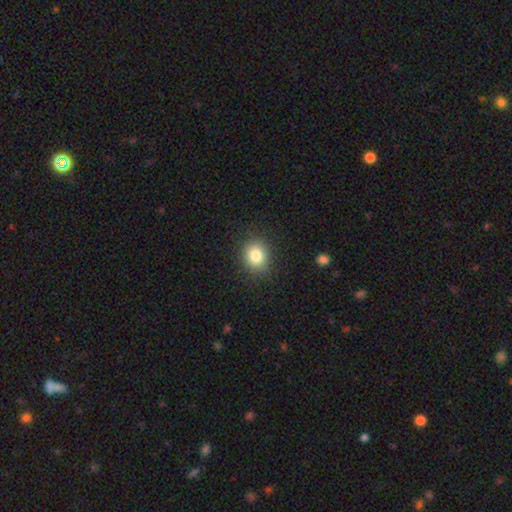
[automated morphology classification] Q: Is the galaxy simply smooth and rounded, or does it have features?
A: smooth — 82%.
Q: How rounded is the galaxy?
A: round — 73%.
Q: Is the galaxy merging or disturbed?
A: none — 88%.